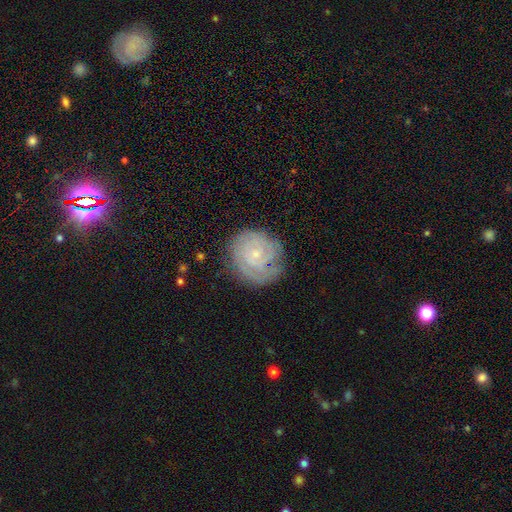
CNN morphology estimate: Smooth or featured?
  - featured or disk: 63% *
  - smooth: 22%
  - star or artifact: 15%
Edge-on disk?
  - no: 97% *
  - yes: 3%
Bar?
  - no: 76% *
  - weak: 20%
  - strong: 4%
Spiral arms?
  - yes: 91% *
  - no: 9%
Spiral winding?
  - tight: 77% *
  - medium: 18%
  - loose: 5%
Spiral arm count?
  - can't tell: 42% *
  - 3: 17%
  - 2: 17%
  - 4: 11%
  - more than 4: 7%
  - 1: 7%
Bulge size?
  - small: 77% *
  - moderate: 17%
  - none: 4%
  - large: 1%
  - dominant: 1%
Merging?
  - none: 80% *
  - minor disturbance: 14%
  - major disturbance: 5%
  - merger: 1%